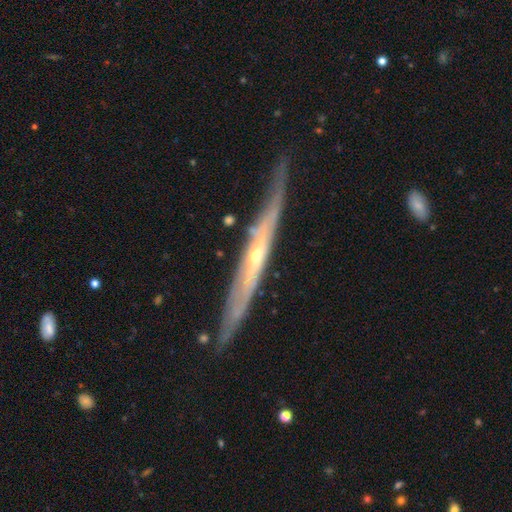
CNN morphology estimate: Smooth or featured? featured or disk (82%)
Edge-on disk? yes (90%)
Edge-on bulge? rounded (61%)
Merging? none (78%)